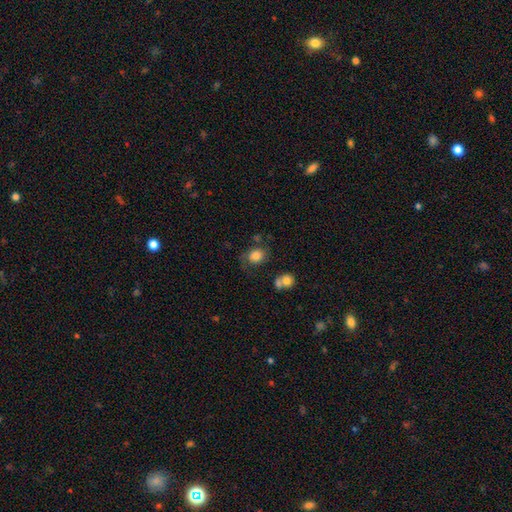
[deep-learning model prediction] Smooth or featured? Predicted: smooth (p=0.78). How rounded? Predicted: round (p=0.54). Merging? Predicted: none (p=0.57).